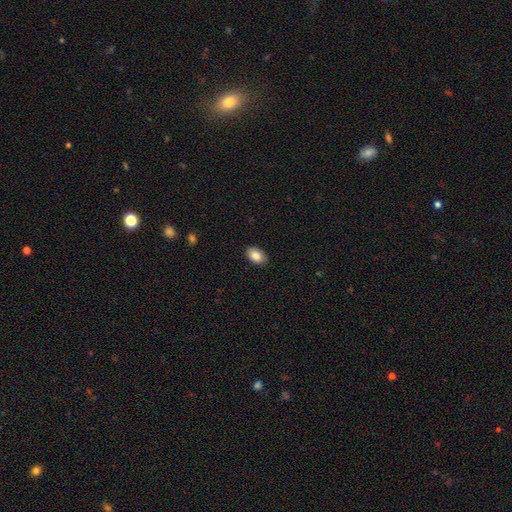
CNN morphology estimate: Smooth or featured? Predicted: smooth (p=0.87). How rounded? Predicted: in between (p=0.89). Merging? Predicted: none (p=0.88).